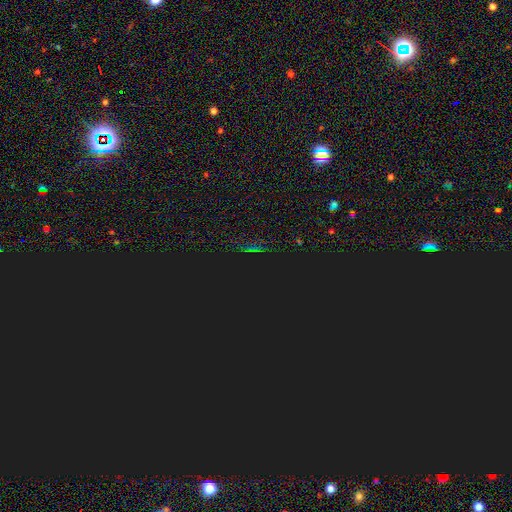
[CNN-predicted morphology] Smooth or featured? star or artifact (79%)